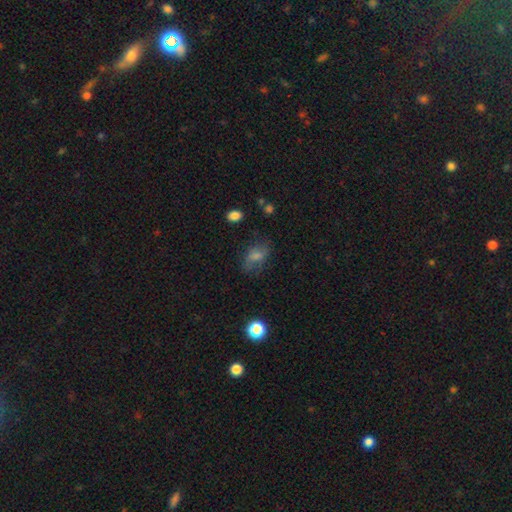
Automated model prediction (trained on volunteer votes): A smooth galaxy with no disk features (55%) that is in between round and cigar-shaped (81%). Merging: none (62%).